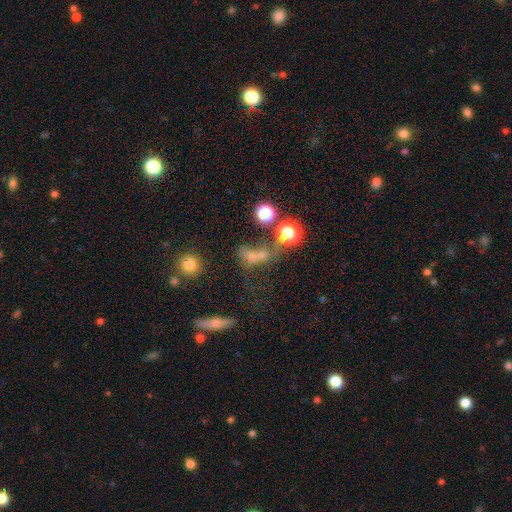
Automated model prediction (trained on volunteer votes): Morphology: type=smooth (54%); roundness=in between (46%, tied with round); merging=merger (46%).